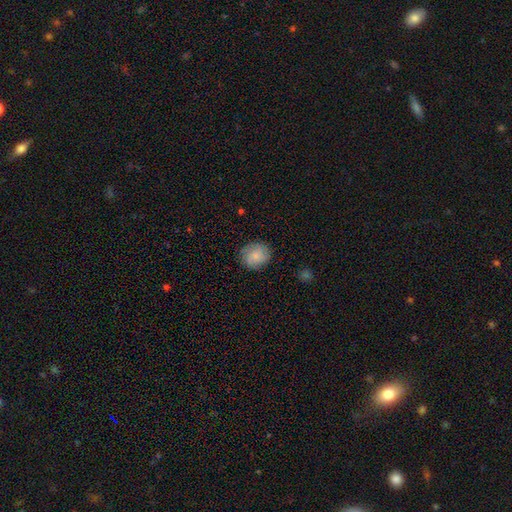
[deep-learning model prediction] Q: Smooth or featured?
A: smooth (75%); runner-up: featured or disk (17%)
Q: How rounded?
A: round (77%); runner-up: in between (22%)
Q: Merging?
A: none (81%); runner-up: minor disturbance (14%)